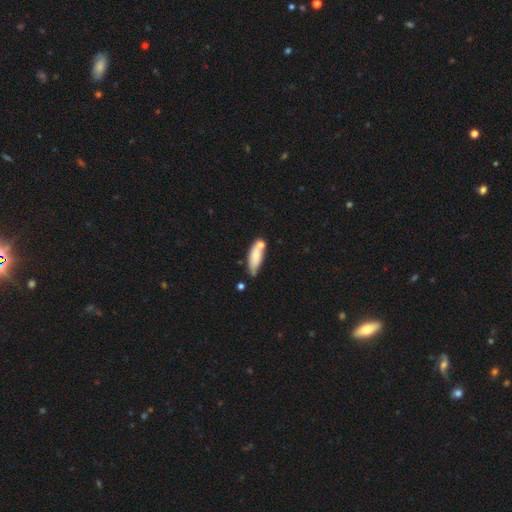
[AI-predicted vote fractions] A smooth galaxy with no disk features (75%) that is in between round and cigar-shaped (57%). Merging: none (51%).